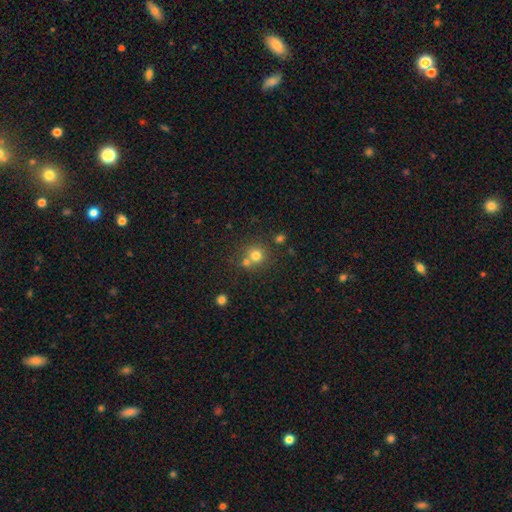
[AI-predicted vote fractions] Smooth or featured: smooth — 74% (star or artifact — 16%)
How rounded: round — 90% (in between — 9%)
Merging: none — 61% (merger — 28%)